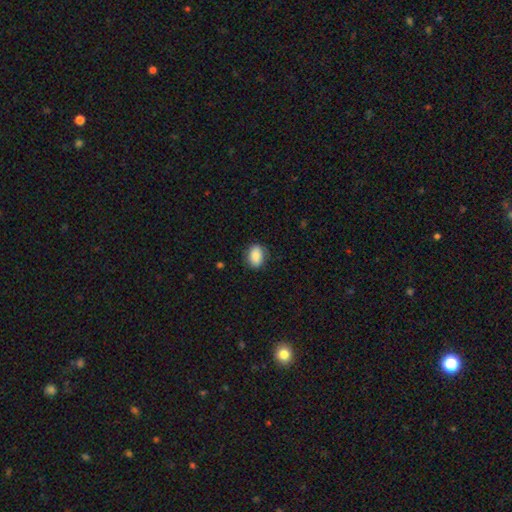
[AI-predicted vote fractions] A smooth galaxy with no disk features (87%) that is in between round and cigar-shaped (79%).

Vote fractions:
- Smooth or featured? smooth: 87% / star or artifact: 7% / featured or disk: 5%
- How rounded? in between: 79% / round: 20% / cigar-shaped: 2%
- Merging? none: 84% / minor disturbance: 12% / major disturbance: 3% / merger: 1%